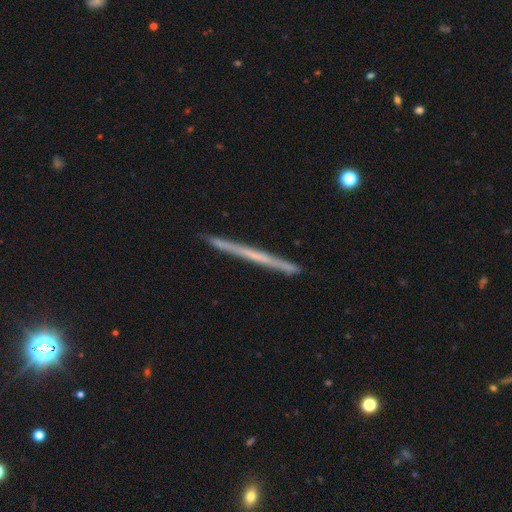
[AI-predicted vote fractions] The model was most divided on "smooth or featured": featured or disk: 57%, smooth: 36%, star or artifact: 6%. More confident: edge-on disk — yes (98%); merging — none (91%); edge-on bulge — none (90%).